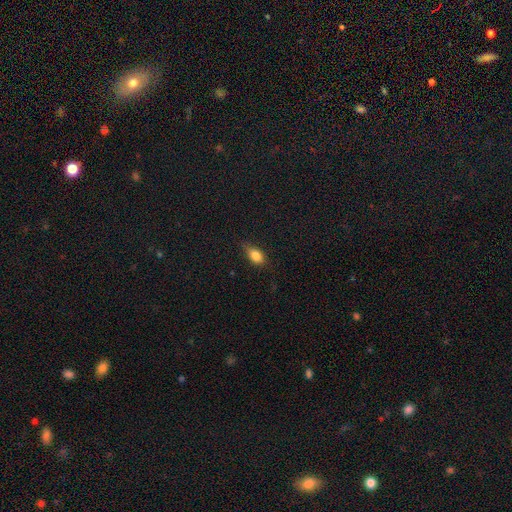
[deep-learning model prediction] The model was most divided on "merging": none: 70%, minor disturbance: 24%, major disturbance: 5%, merger: 1%. More confident: smooth or featured — smooth (82%); how rounded — in between (81%).